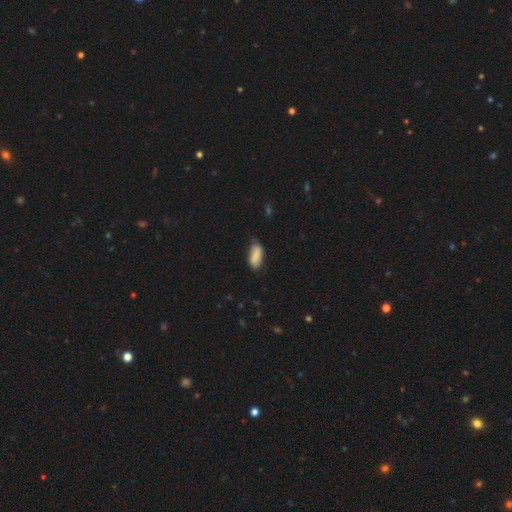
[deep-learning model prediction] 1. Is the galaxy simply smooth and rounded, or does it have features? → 82% smooth, 12% featured or disk, 7% star or artifact.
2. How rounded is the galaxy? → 86% in between, 11% cigar-shaped, 2% round.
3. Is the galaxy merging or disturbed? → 69% none, 25% minor disturbance, 4% major disturbance, 2% merger.